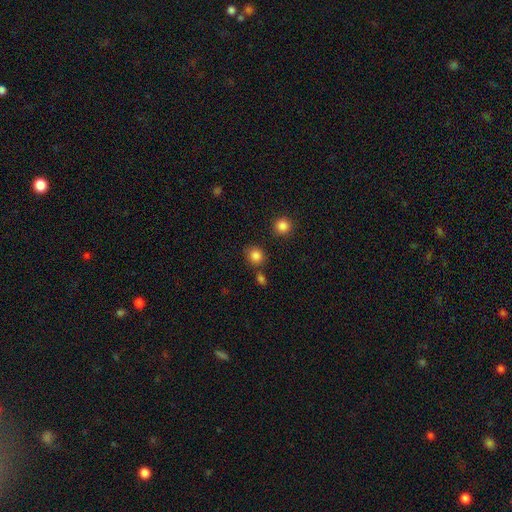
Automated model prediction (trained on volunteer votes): A smooth galaxy with no disk features (85%) that is round (78%). Merging: none (77%).